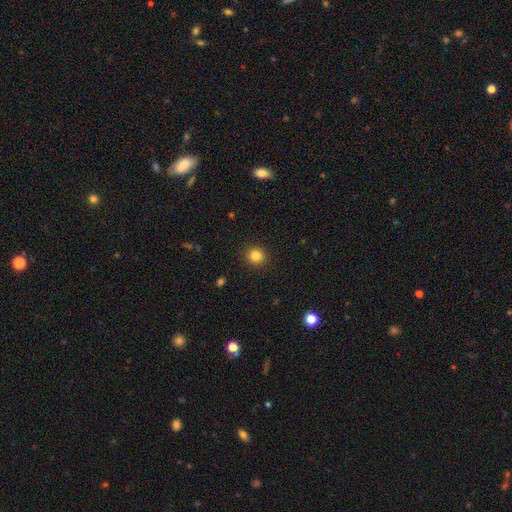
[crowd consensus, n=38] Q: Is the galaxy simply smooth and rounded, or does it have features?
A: smooth — 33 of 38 (87%).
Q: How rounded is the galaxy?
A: round — 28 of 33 (85%).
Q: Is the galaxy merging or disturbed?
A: none — 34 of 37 (92%).